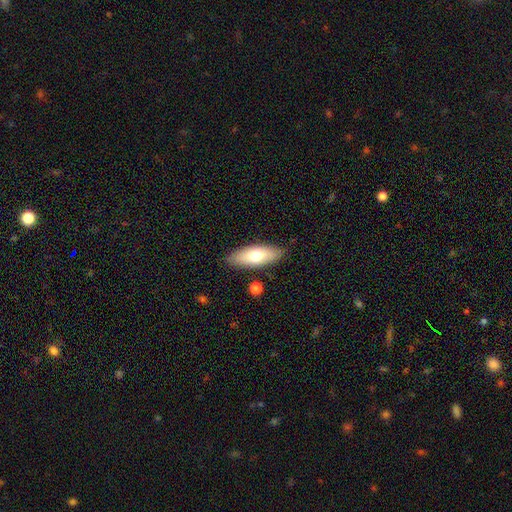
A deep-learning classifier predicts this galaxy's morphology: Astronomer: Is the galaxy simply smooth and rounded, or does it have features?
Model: smooth — 67%.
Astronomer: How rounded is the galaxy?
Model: in between — 72%.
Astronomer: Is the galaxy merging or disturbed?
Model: none — 85%.